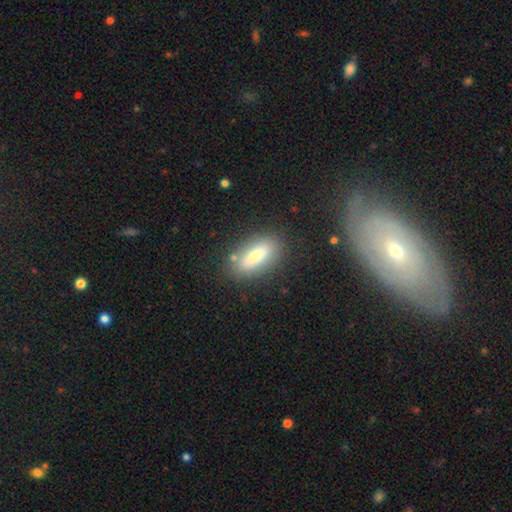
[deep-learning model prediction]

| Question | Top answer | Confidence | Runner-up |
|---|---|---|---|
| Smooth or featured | smooth | 75% | featured or disk (17%) |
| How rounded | in between | 73% | cigar-shaped (24%) |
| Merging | none | 80% | minor disturbance (13%) |